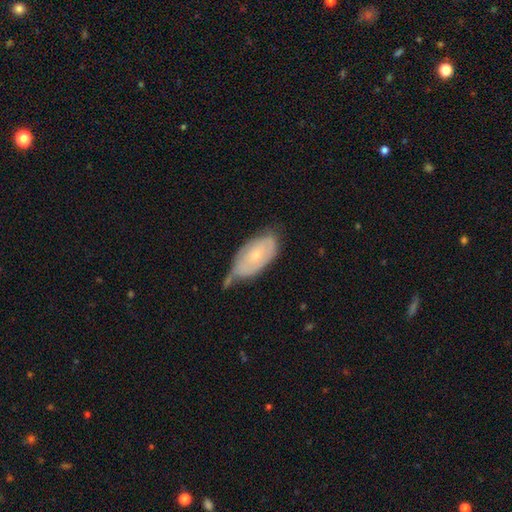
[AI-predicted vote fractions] The model was most divided on "merging": minor disturbance: 37%, none: 36%, major disturbance: 13%, merger: 13%. Remaining: smooth or featured — smooth (48%).